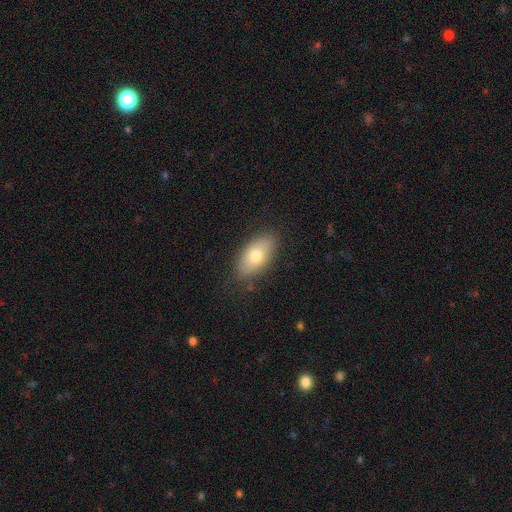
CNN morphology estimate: Smooth or featured: smooth — 74% (featured or disk — 19%)
How rounded: in between — 91% (cigar-shaped — 5%)
Merging: none — 83% (minor disturbance — 12%)